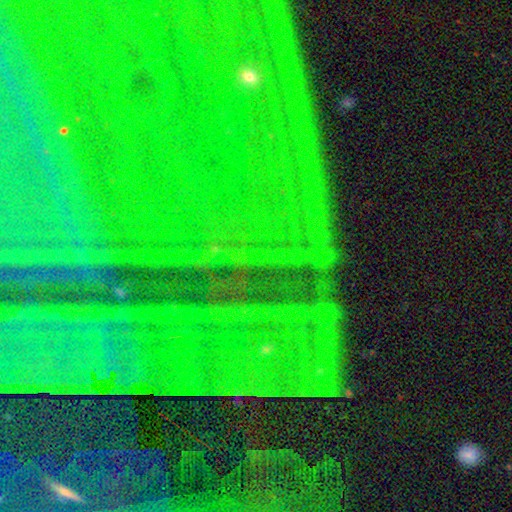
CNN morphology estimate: smooth-or-featured: star or artifact: 86% | featured or disk: 8% | smooth: 7%